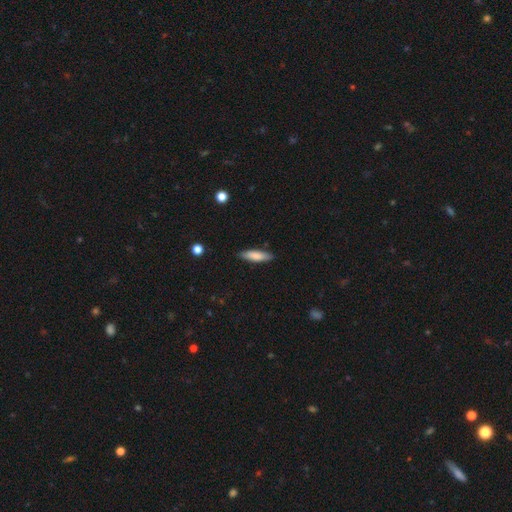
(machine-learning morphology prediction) Overall: smooth (80%). How rounded: cigar-shaped (67%; in between 31%). Merging: none (85%).